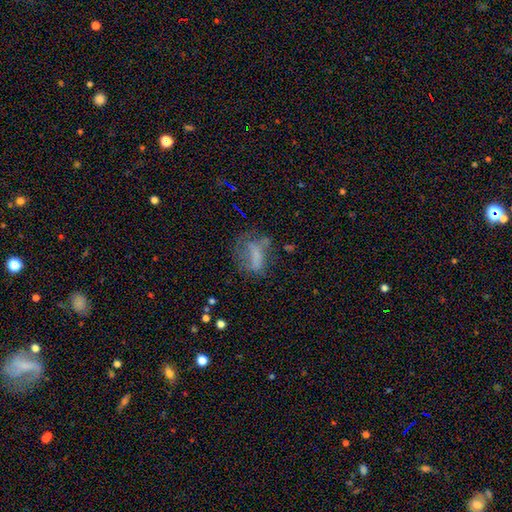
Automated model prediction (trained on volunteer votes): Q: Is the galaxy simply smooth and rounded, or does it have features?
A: smooth — 50%.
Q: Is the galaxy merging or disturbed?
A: none — 35%, tied with major disturbance.